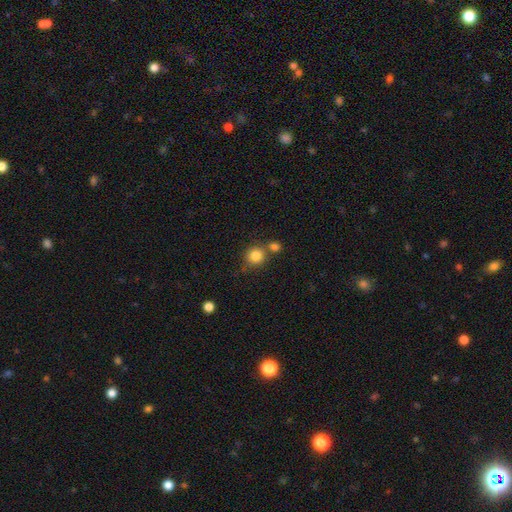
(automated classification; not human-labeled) Q: Smooth or featured?
A: smooth (83%); runner-up: star or artifact (11%)
Q: How rounded?
A: round (89%); runner-up: in between (10%)
Q: Merging?
A: none (63%); runner-up: merger (23%)